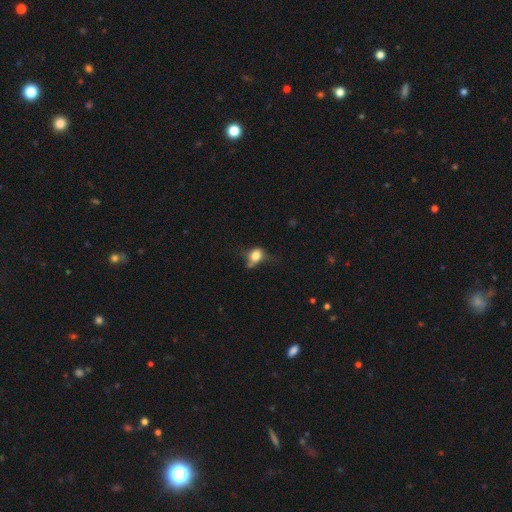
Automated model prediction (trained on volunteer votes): This is likely a smooth galaxy (74%). How rounded: likely in between (60%). Merging: marginally none (37%).